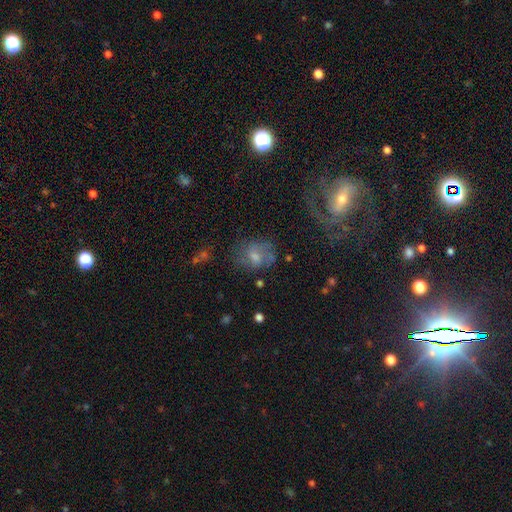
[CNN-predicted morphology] Overall: smooth (49%; featured or disk 38%). Merging: none (52%; minor disturbance 23%).